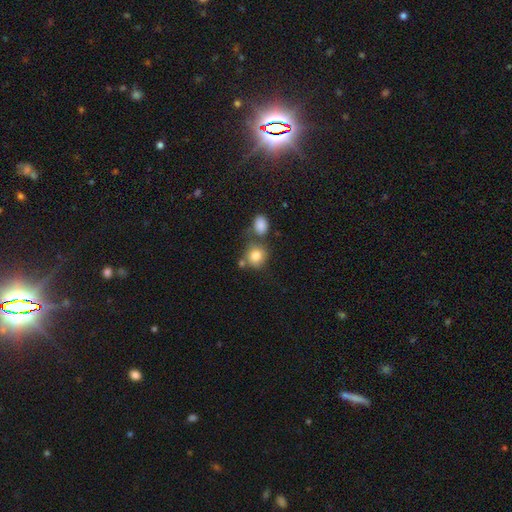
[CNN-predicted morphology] smooth_or_featured: smooth (p=0.81) [alt: featured or disk p=0.10]
how_rounded: round (p=0.80) [alt: in between p=0.19]
merging: none (p=0.59) [alt: merger p=0.23]